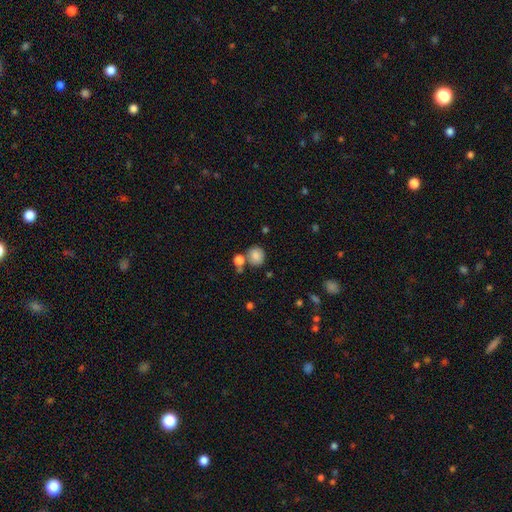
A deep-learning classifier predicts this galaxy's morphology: Smooth or featured? Predicted: smooth (p=0.85). How rounded? Predicted: round (p=0.79). Merging? Predicted: none (p=0.65).